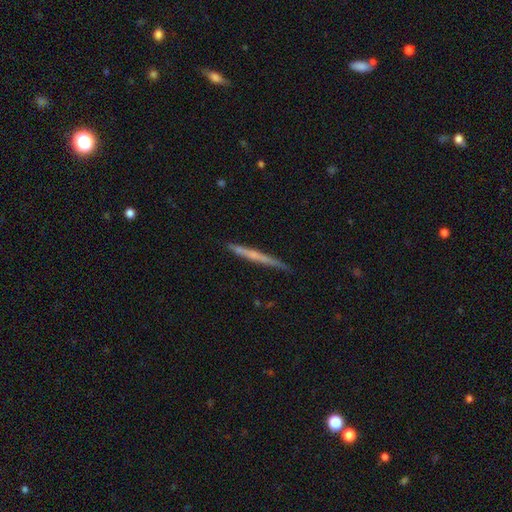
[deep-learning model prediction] Smooth or featured? Predicted: featured or disk (p=0.47, tied with smooth). Merging? Predicted: none (p=0.83).